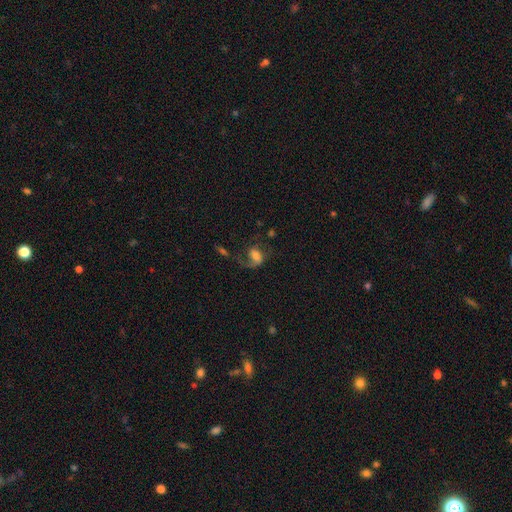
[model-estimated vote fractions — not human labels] Q: Smooth or featured?
A: featured or disk (56%); runner-up: smooth (34%)
Q: Edge-on disk?
A: no (97%); runner-up: yes (3%)
Q: Bar?
A: no (48%); runner-up: weak (38%)
Q: Spiral arms?
A: yes (86%); runner-up: no (14%)
Q: Bulge size?
A: moderate (30%); runner-up: large (28%)
Q: Merging?
A: major disturbance (42%); runner-up: none (36%)